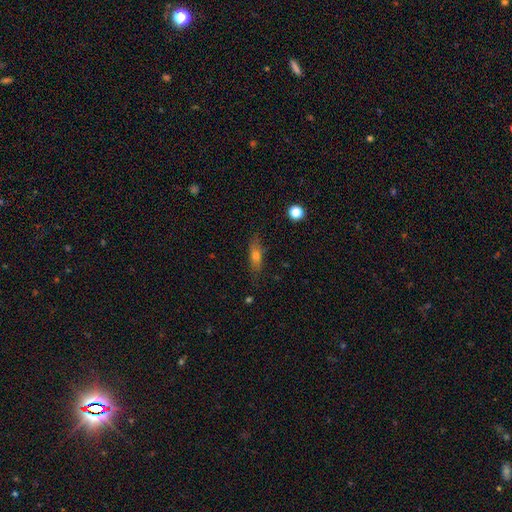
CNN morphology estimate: Q: Smooth or featured?
A: smooth (54%); runner-up: featured or disk (34%)
Q: How rounded?
A: cigar-shaped (57%); runner-up: in between (38%)
Q: Merging?
A: none (79%); runner-up: minor disturbance (15%)